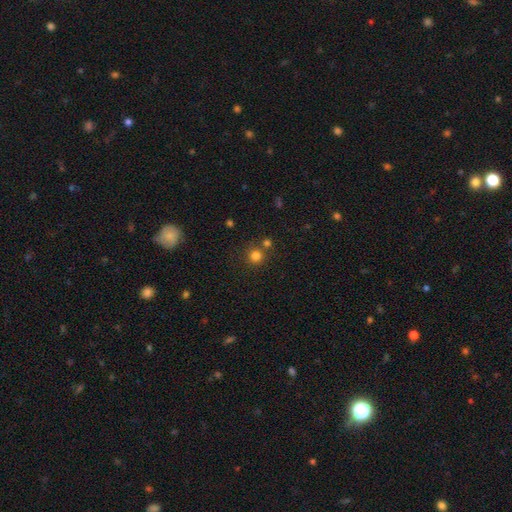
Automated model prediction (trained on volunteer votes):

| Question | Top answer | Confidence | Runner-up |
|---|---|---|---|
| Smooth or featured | smooth | 80% | star or artifact (15%) |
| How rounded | round | 94% | in between (5%) |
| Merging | none | 73% | merger (16%) |